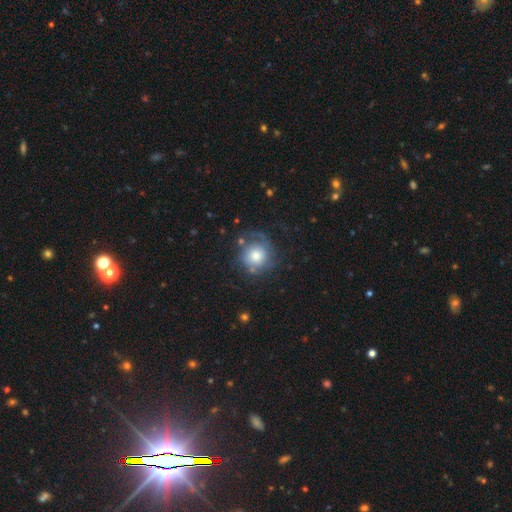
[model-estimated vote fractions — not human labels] The model was most divided on "smooth or featured": smooth: 51%, featured or disk: 39%, star or artifact: 10%. More confident: how rounded — round (89%); merging — none (59%).